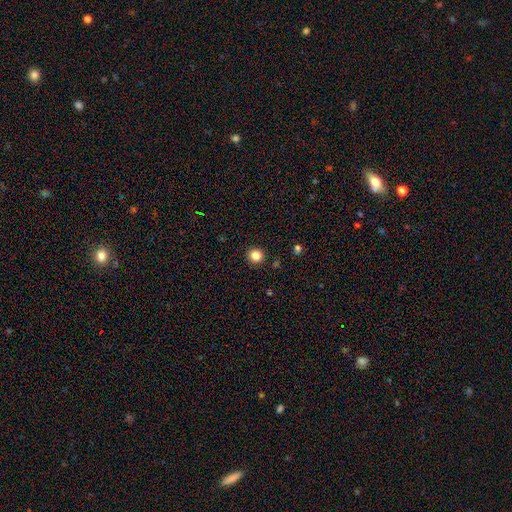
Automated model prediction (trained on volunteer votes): smooth_or_featured: smooth (p=0.85) [alt: star or artifact p=0.11]
how_rounded: round (p=0.91) [alt: in between p=0.08]
merging: none (p=0.92) [alt: minor disturbance p=0.05]